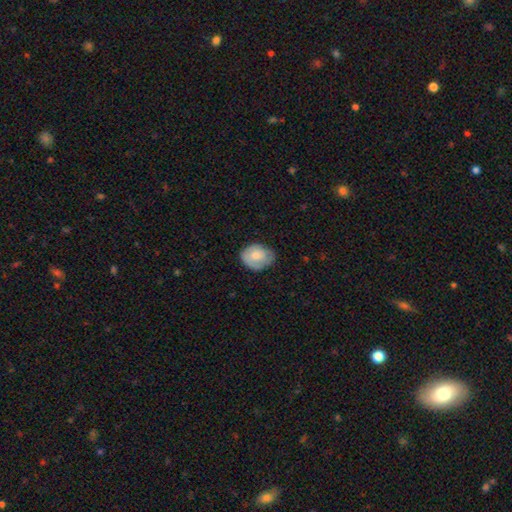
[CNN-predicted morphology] Smooth or featured: smooth — 73% (featured or disk — 20%)
How rounded: in between — 57% (round — 42%)
Merging: none — 67% (minor disturbance — 27%)